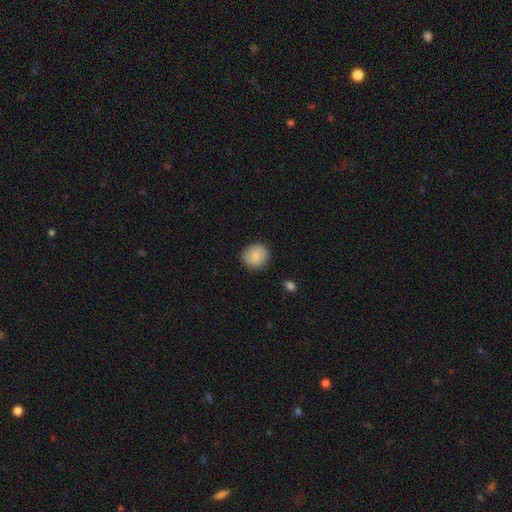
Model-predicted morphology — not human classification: Smooth or featured?
  - smooth: 85% *
  - featured or disk: 8%
  - star or artifact: 7%
How rounded?
  - round: 88% *
  - in between: 11%
  - cigar-shaped: 1%
Merging?
  - none: 86% *
  - minor disturbance: 11%
  - major disturbance: 2%
  - merger: 1%